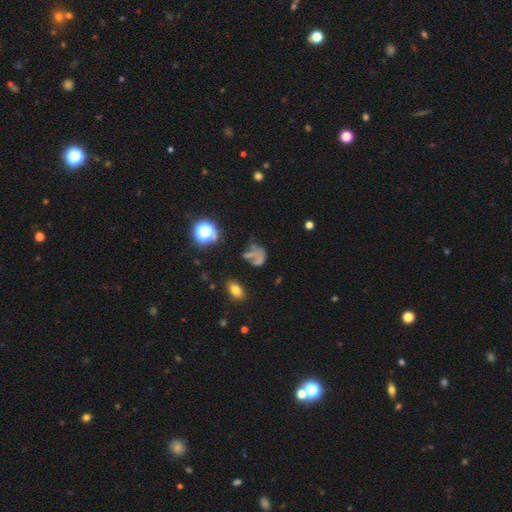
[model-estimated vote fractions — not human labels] Smooth or featured?
  - smooth: 42% *
  - featured or disk: 32%
  - star or artifact: 26%
Merging?
  - major disturbance: 36% *
  - none: 31%
  - minor disturbance: 18%
  - merger: 15%